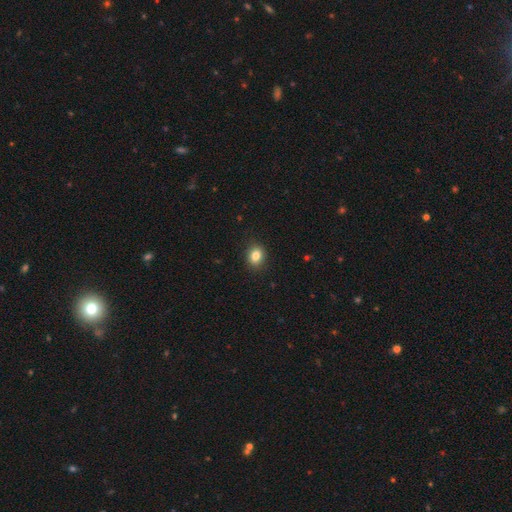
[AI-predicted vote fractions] Smooth or featured? smooth (84%)
How rounded? in between (54%)
Merging? none (89%)